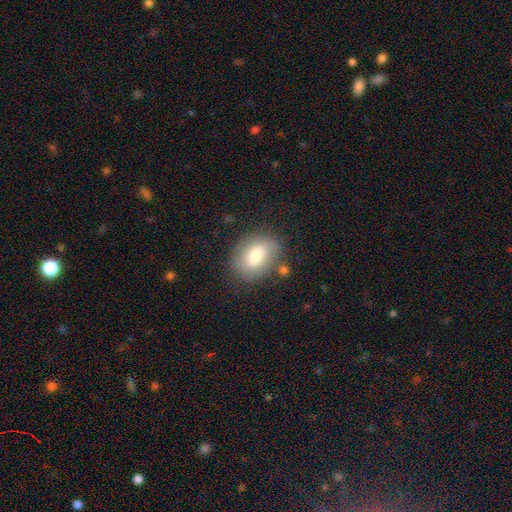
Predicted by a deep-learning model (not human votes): Overall: smooth (69%). How rounded: in between (75%). Merging: none (77%).